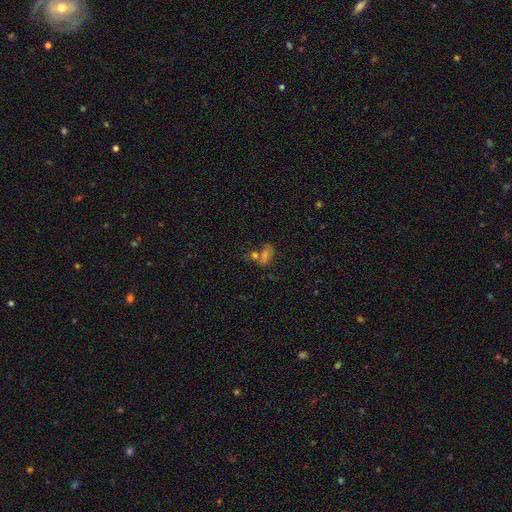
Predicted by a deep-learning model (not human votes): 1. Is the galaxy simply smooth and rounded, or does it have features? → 48% smooth, 33% star or artifact, 19% featured or disk.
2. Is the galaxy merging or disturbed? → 42% none, 35% merger, 13% minor disturbance, 10% major disturbance.